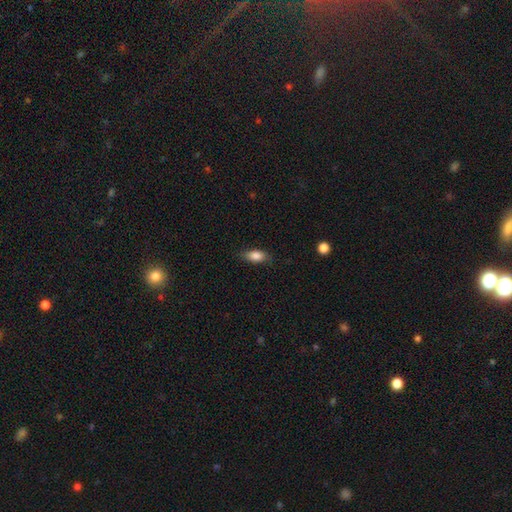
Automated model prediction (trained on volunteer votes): Smooth or featured: smooth — 84% (featured or disk — 9%)
How rounded: in between — 84% (cigar-shaped — 11%)
Merging: none — 80% (minor disturbance — 16%)